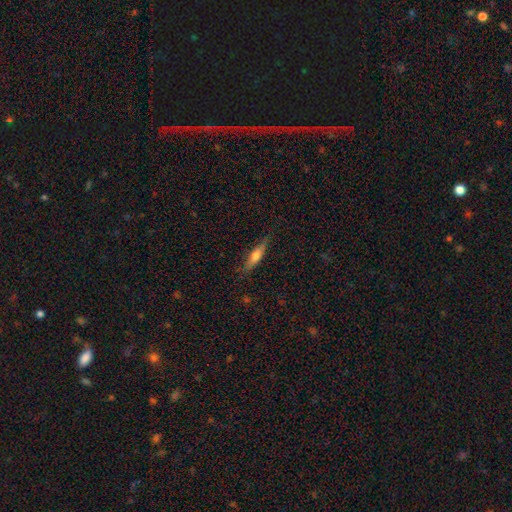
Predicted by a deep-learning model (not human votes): A smooth galaxy with no disk features (56%) that is cigar-shaped (73%). Merging: none (79%).